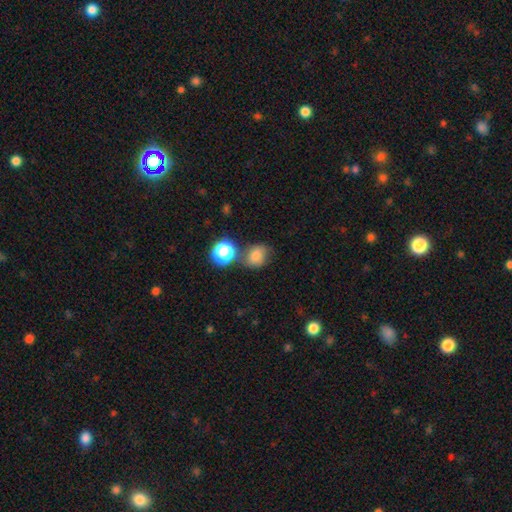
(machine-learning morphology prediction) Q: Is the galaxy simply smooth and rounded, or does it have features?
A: smooth — 74%.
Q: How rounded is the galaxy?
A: round — 59%.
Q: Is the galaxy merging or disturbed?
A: none — 62%.